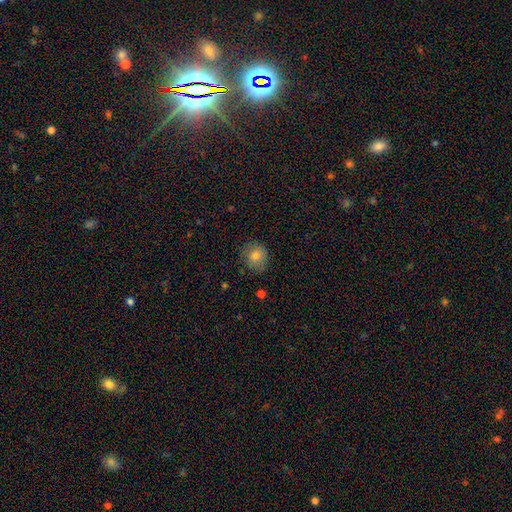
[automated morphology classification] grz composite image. It shows a smooth galaxy with no disk features (79%) that is round (79%). Merging: none (79%).